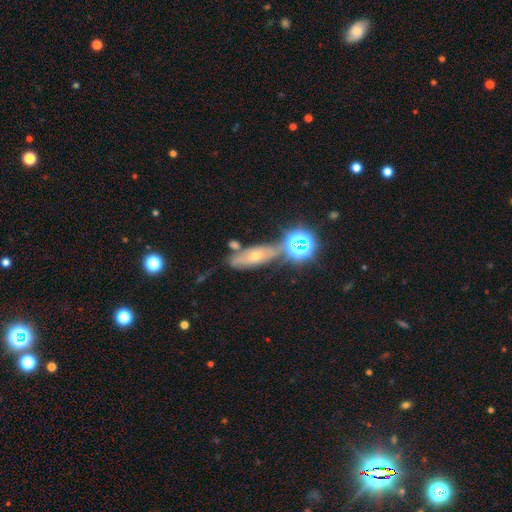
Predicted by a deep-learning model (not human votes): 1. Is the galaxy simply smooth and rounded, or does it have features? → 39% featured or disk, 31% smooth, 30% star or artifact.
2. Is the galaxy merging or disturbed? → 65% none, 16% minor disturbance, 12% merger, 6% major disturbance.